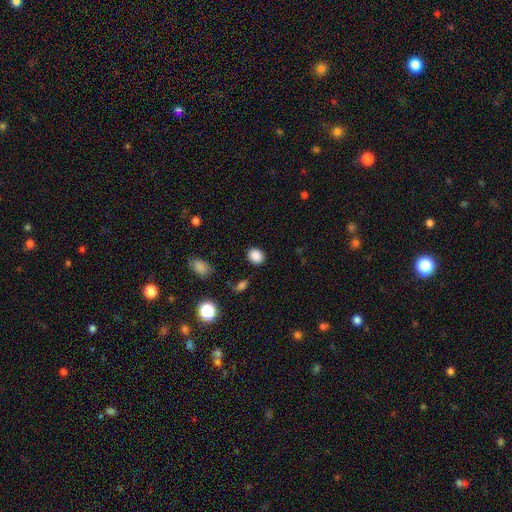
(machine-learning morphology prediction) smooth-or-featured: smooth: 86% | star or artifact: 10% | featured or disk: 4%
  how-rounded: round: 56% | in between: 43% | cigar-shaped: 1%
  merging: none: 86% | minor disturbance: 9% | major disturbance: 3% | merger: 2%